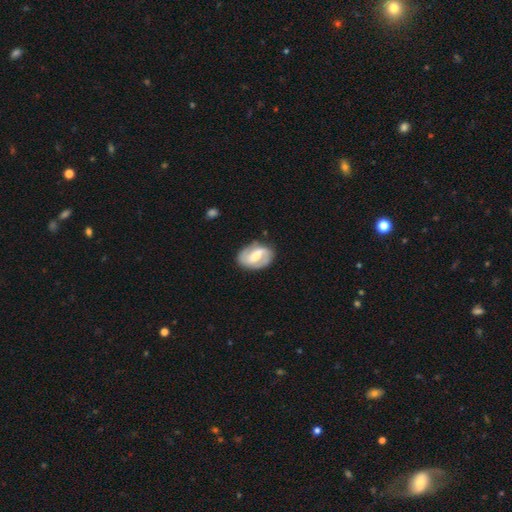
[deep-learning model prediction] This is likely a featured or disk galaxy (76%). It is clearly not viewed edge-on (97%). Bar: marginally strong (44%). Spiral arm pattern: clearly yes (88%). Spiral arm count: clearly 2 (85%). Spiral winding: marginally medium (44%). Central bulge: possibly moderate (46%). Merging: likely none (79%).